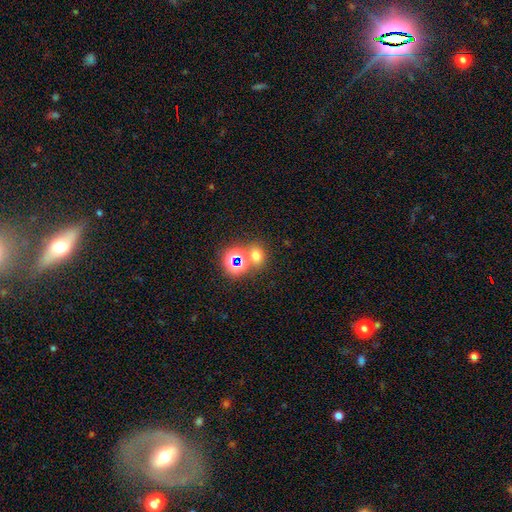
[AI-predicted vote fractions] smooth-or-featured: smooth: 61% | star or artifact: 31% | featured or disk: 8%
  how-rounded: round: 66% | in between: 33% | cigar-shaped: 1%
  merging: none: 66% | merger: 22% | minor disturbance: 8% | major disturbance: 4%